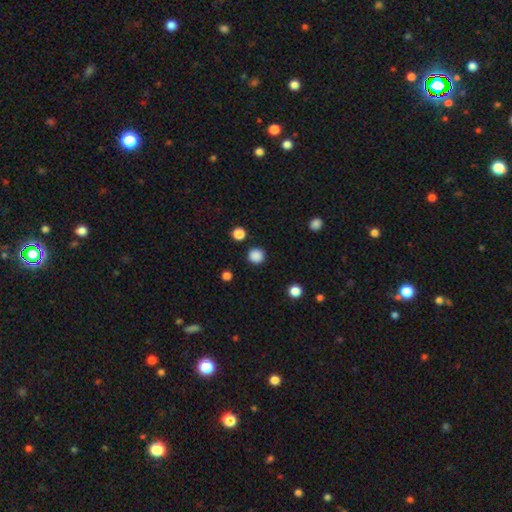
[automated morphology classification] smooth 86%, star or artifact 11%, featured or disk 3%. Down the decision tree: how rounded — round (94%); merging — none (91%).